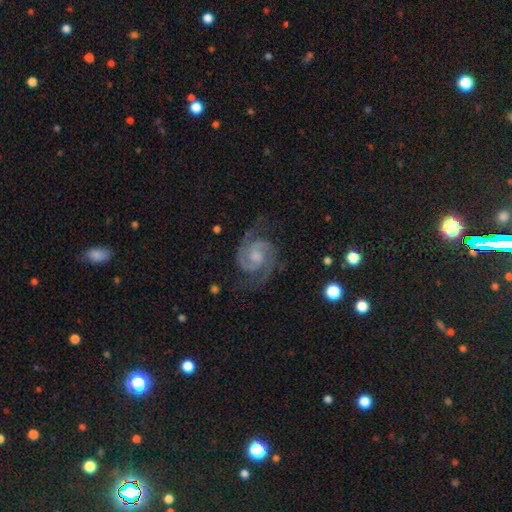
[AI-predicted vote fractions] This is clearly a featured or disk galaxy (92%). It is clearly not viewed edge-on (98%). Bar: possibly no (56%). Spiral arm pattern: clearly yes (99%). Spiral arm count: clearly 2 (92%). Spiral winding: possibly medium (52%). Central bulge: marginally moderate (38%). Merging: likely none (76%).